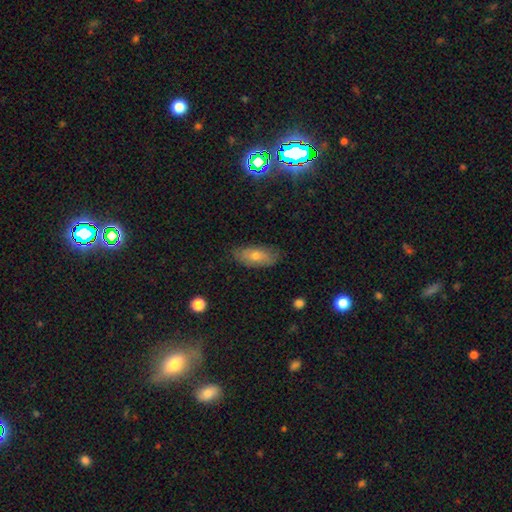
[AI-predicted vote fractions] Morphology: type=smooth (59%); roundness=in between (82%); merging=none (82%).